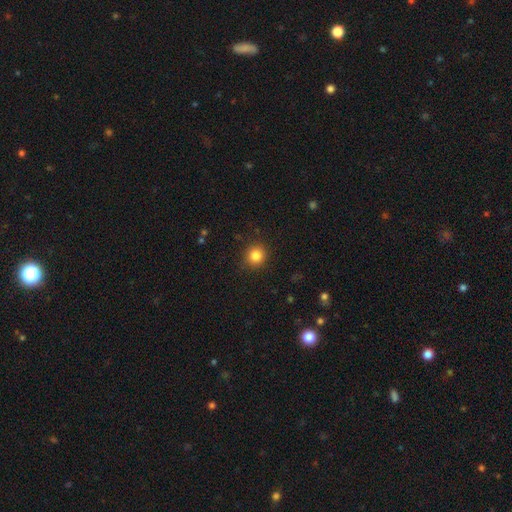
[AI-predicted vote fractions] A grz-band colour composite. It shows a smooth galaxy with no disk features (84%) that is round (89%). Merging: none (89%).